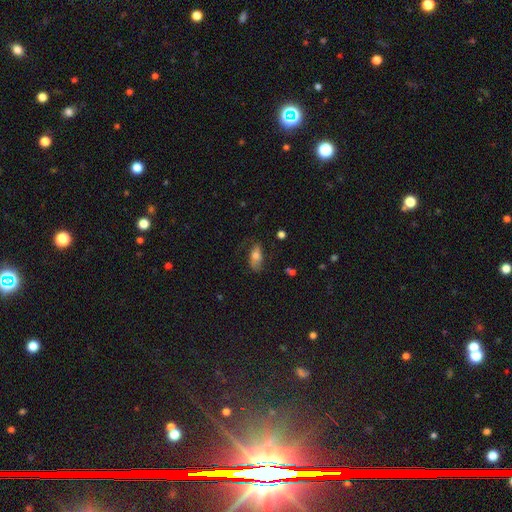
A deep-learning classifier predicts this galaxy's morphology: The model was most divided on "merging": none: 57%, minor disturbance: 26%, major disturbance: 15%, merger: 2%. More confident: how rounded — in between (86%); smooth or featured — smooth (68%).